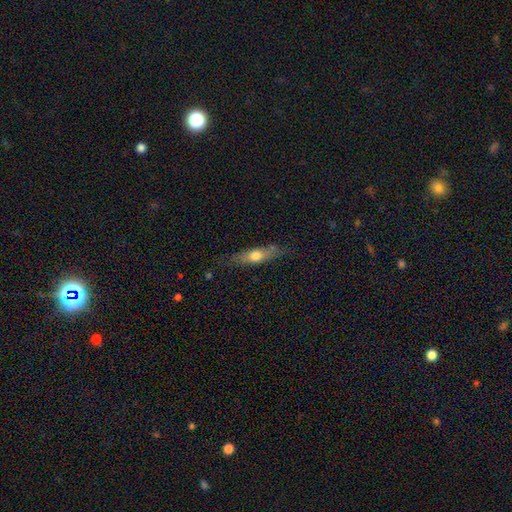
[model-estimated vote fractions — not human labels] Morphology: type=smooth (58%); roundness=cigar-shaped (58%); merging=none (74%).